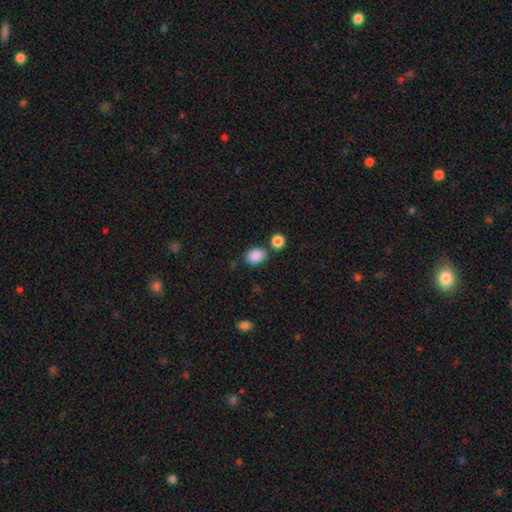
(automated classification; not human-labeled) Morphology: type=smooth (88%); roundness=in between (72%); merging=none (73%).